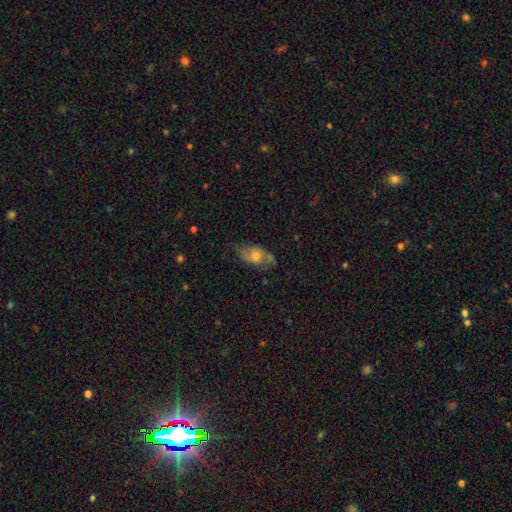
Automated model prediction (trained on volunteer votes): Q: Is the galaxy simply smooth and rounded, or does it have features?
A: smooth — 53%.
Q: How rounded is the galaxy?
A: in between — 86%.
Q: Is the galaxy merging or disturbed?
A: none — 56%.